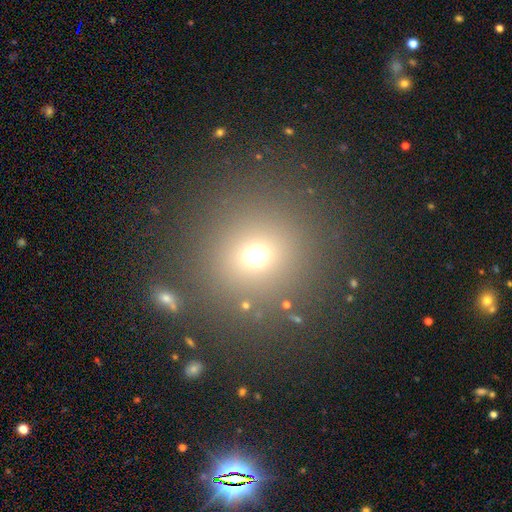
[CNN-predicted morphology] Smooth or featured?
  - smooth: 65% *
  - star or artifact: 26%
  - featured or disk: 9%
How rounded?
  - round: 89% *
  - in between: 10%
  - cigar-shaped: 1%
Merging?
  - none: 82% *
  - minor disturbance: 7%
  - merger: 6%
  - major disturbance: 5%